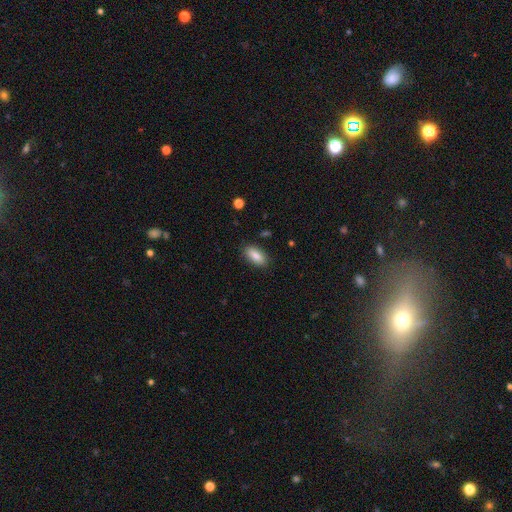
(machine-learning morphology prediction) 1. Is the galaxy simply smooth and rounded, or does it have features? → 85% smooth, 8% featured or disk, 7% star or artifact.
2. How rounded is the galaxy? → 88% in between, 10% cigar-shaped, 3% round.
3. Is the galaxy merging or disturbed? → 87% none, 10% minor disturbance, 2% major disturbance, 1% merger.